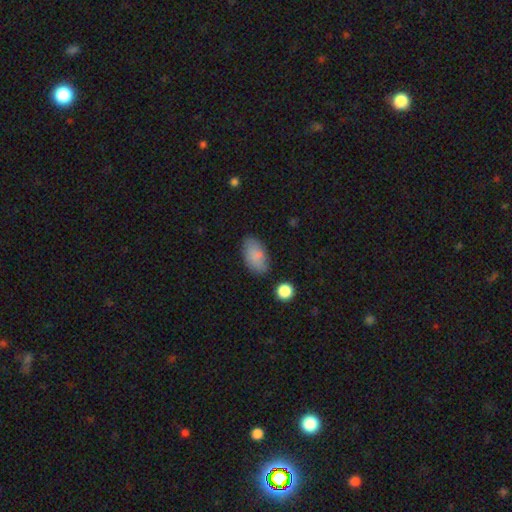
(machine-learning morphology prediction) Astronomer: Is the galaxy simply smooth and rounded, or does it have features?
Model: smooth — 83%.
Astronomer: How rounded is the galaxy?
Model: in between — 93%.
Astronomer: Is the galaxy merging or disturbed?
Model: none — 76%.